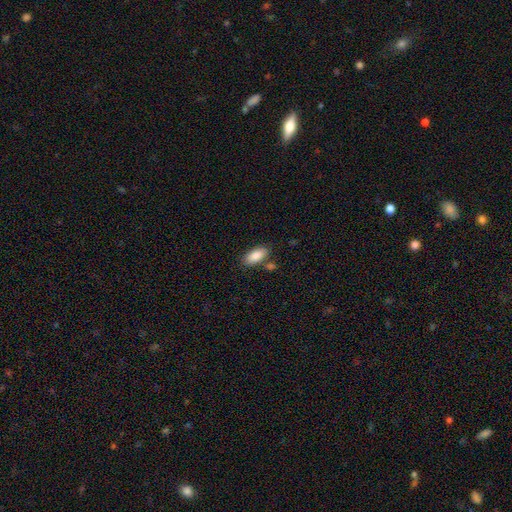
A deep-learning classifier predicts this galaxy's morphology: This appears to be a smooth galaxy with no disk features (87%) that is in between round and cigar-shaped (90%). Merging: none (77%).